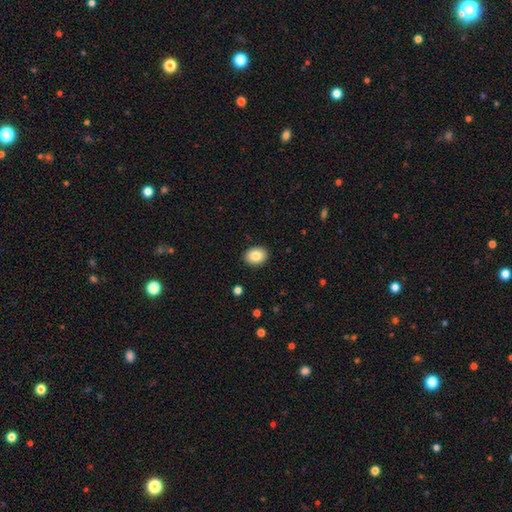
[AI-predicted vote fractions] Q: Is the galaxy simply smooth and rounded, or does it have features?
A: smooth — 85%.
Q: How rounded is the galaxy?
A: in between — 63%.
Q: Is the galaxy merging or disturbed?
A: none — 91%.